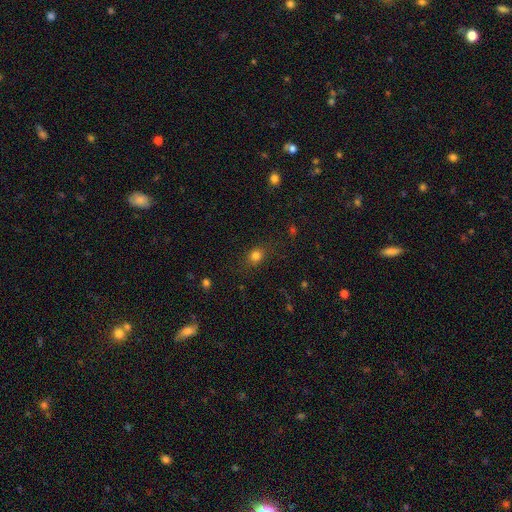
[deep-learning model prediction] Overall: smooth (79%). How rounded: round (61%; in between 37%). Merging: none (82%).